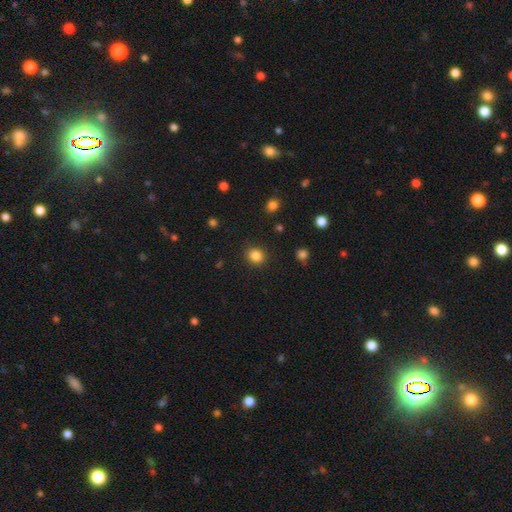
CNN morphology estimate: Smooth or featured?
  - smooth: 85% *
  - star or artifact: 11%
  - featured or disk: 4%
How rounded?
  - round: 76% *
  - in between: 23%
  - cigar-shaped: 1%
Merging?
  - none: 89% *
  - minor disturbance: 7%
  - major disturbance: 3%
  - merger: 1%